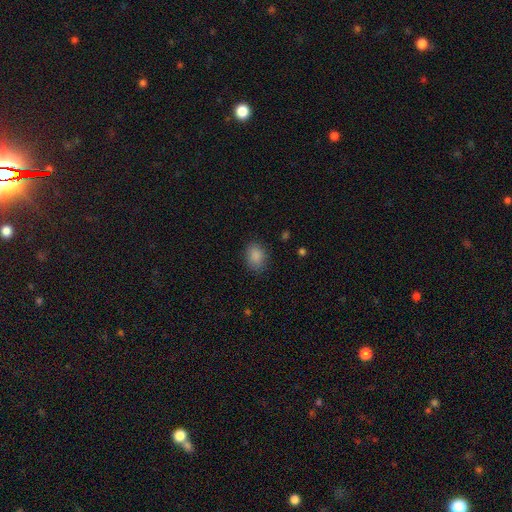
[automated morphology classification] smooth 87%, star or artifact 9%, featured or disk 4%. Down the decision tree: how rounded — in between (69%); merging — none (82%).